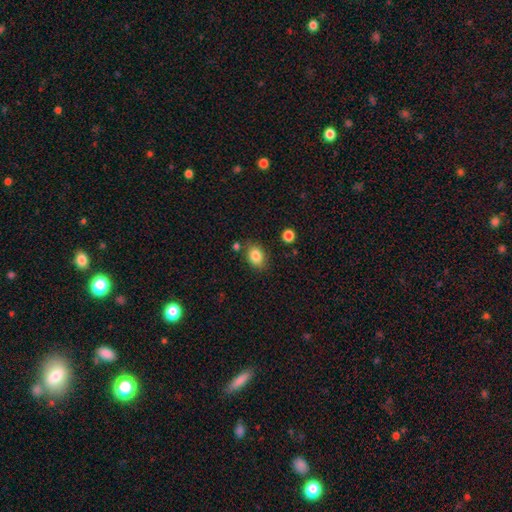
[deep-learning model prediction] smooth 84%, star or artifact 9%, featured or disk 7%. Down the decision tree: how rounded — in between (69%); merging — none (78%).